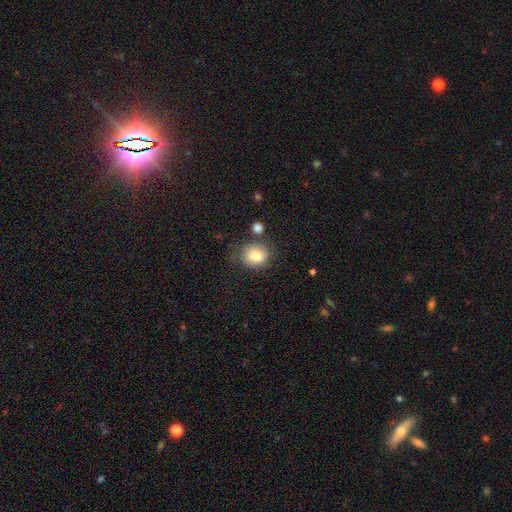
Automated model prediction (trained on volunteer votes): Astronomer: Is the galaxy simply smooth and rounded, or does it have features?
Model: smooth — 80%.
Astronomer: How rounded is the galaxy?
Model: round — 75%.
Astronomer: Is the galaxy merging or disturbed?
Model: none — 70%.